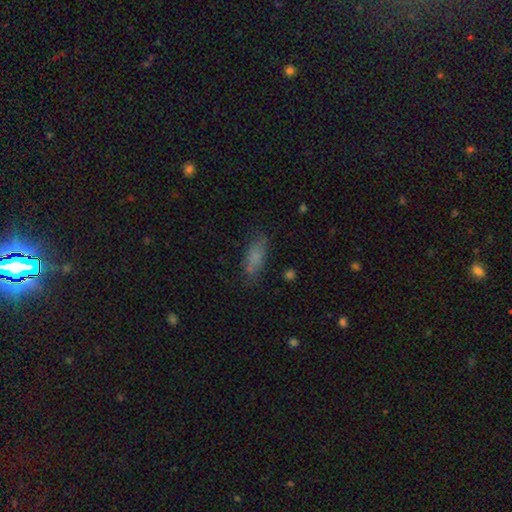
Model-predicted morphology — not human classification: smooth-or-featured: smooth: 77% | featured or disk: 13% | star or artifact: 10%
  how-rounded: in between: 69% | cigar-shaped: 28% | round: 3%
  merging: none: 68% | minor disturbance: 21% | major disturbance: 9% | merger: 3%